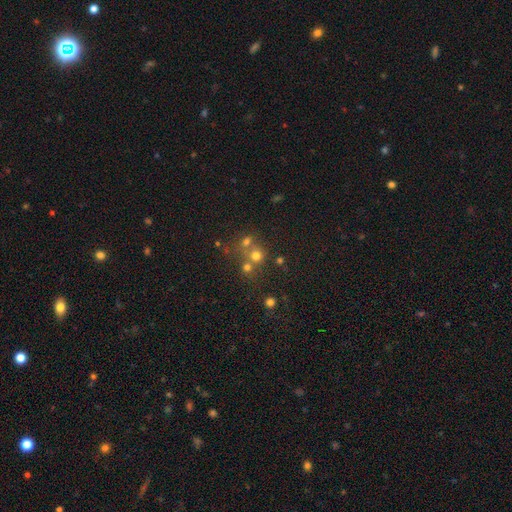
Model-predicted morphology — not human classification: Q: Smooth or featured?
A: smooth (63%); runner-up: star or artifact (24%)
Q: How rounded?
A: round (85%); runner-up: in between (14%)
Q: Merging?
A: none (49%); runner-up: merger (38%)